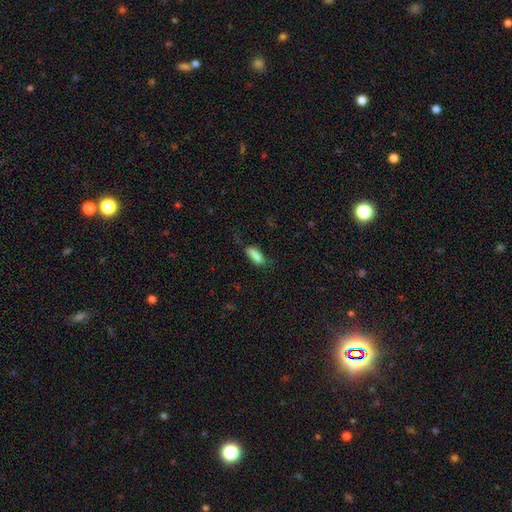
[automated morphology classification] Smooth or featured: smooth — 83% (featured or disk — 9%)
How rounded: in between — 73% (cigar-shaped — 24%)
Merging: none — 58% (minor disturbance — 28%)